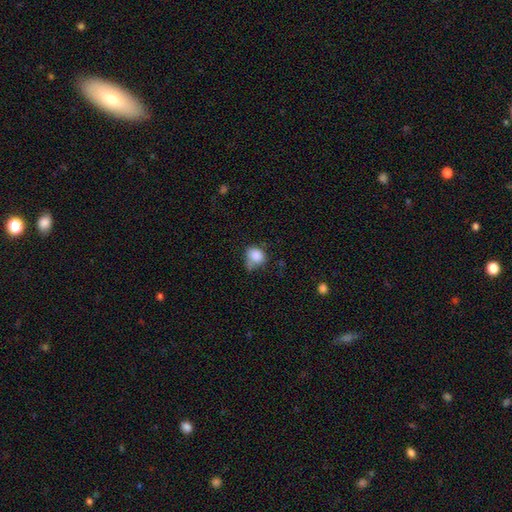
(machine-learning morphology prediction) type=smooth (85%); roundness=round (60%); merging=none (44%).